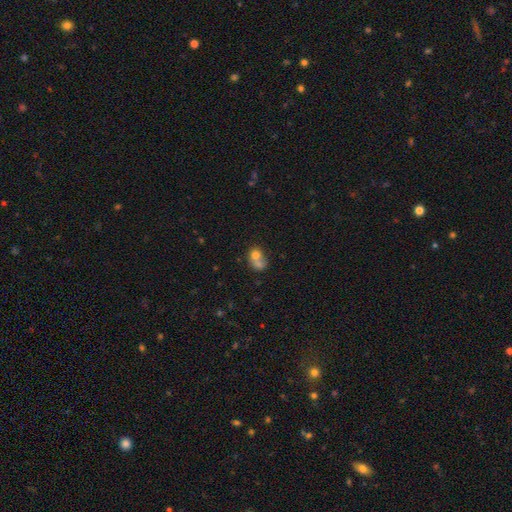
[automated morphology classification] Smooth or featured?
  - smooth: 68% *
  - featured or disk: 21%
  - star or artifact: 11%
How rounded?
  - round: 56% *
  - in between: 43%
  - cigar-shaped: 1%
Merging?
  - merger: 61% *
  - none: 22%
  - minor disturbance: 9%
  - major disturbance: 8%